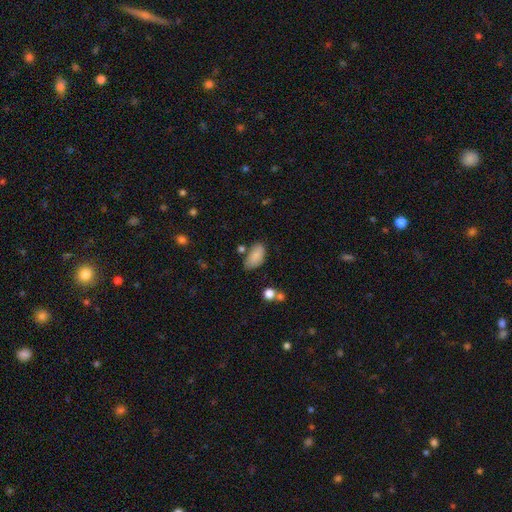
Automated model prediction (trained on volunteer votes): Overall: smooth (85%). How rounded: in between (93%). Merging: none (60%; minor disturbance 26%).